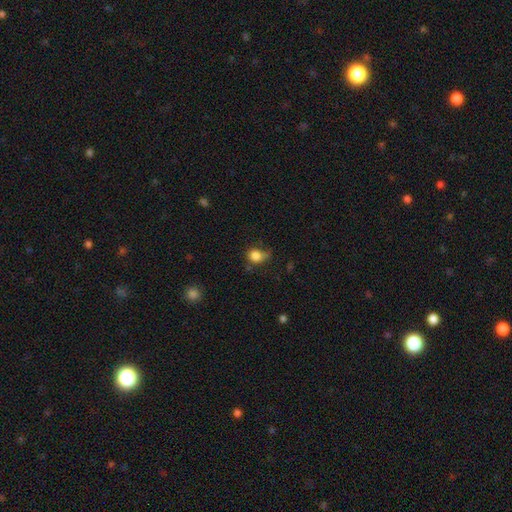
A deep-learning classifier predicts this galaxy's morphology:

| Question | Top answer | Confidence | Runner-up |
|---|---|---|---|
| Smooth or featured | smooth | 82% | star or artifact (11%) |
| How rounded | round | 70% | in between (28%) |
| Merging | none | 49% | minor disturbance (32%) |